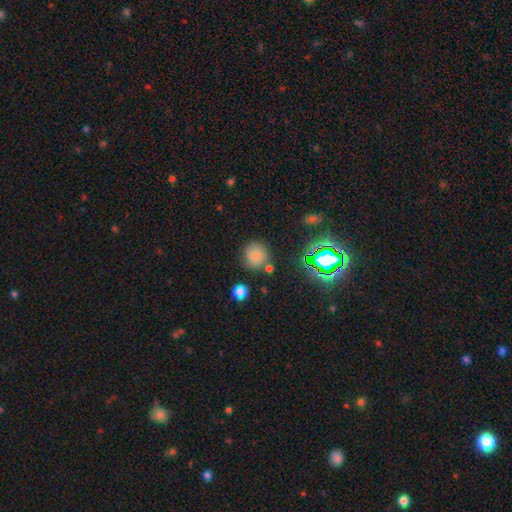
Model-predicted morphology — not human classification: A smooth galaxy with no disk features (73%) that is round (89%).

Vote fractions:
- Smooth or featured? smooth: 73% / star or artifact: 17% / featured or disk: 10%
- How rounded? round: 89% / in between: 10% / cigar-shaped: 1%
- Merging? none: 77% / minor disturbance: 12% / merger: 7% / major disturbance: 4%